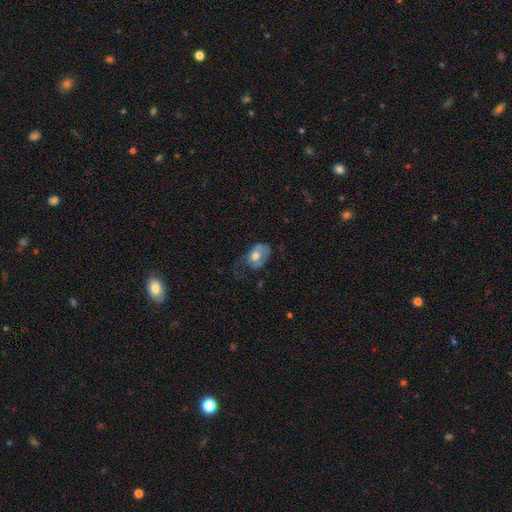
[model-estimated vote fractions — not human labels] Morphology: type=smooth (61%); roundness=in between (82%); merging=major disturbance (39%).